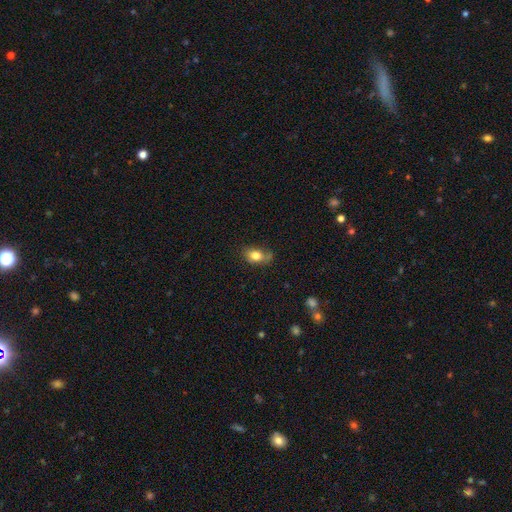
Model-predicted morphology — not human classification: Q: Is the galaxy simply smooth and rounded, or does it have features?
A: smooth — 80%.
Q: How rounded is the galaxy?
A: in between — 78%.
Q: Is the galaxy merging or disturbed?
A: none — 57%.